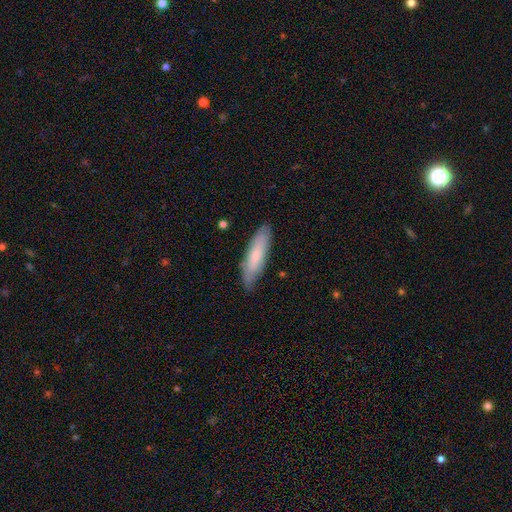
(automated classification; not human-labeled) Overall: smooth (71%). How rounded: cigar-shaped (67%; in between 31%). Merging: none (81%).